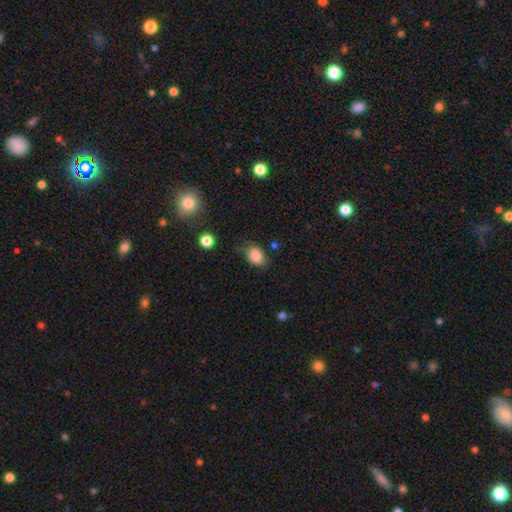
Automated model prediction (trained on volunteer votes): smooth-or-featured: smooth: 85% | star or artifact: 9% | featured or disk: 6%
  how-rounded: in between: 70% | round: 29% | cigar-shaped: 1%
  merging: none: 69% | minor disturbance: 22% | major disturbance: 6% | merger: 3%